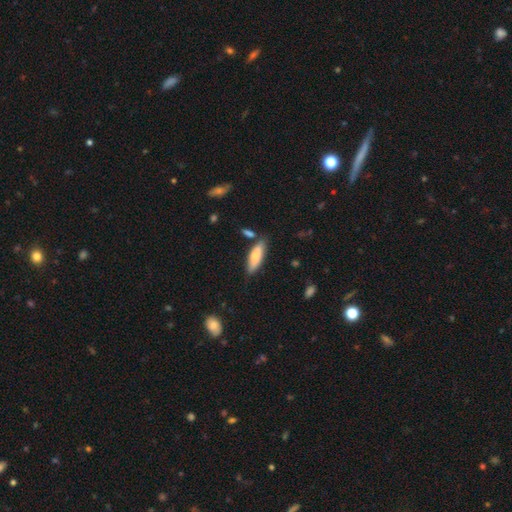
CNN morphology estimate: type=smooth (77%); roundness=in between (51%); merging=none (77%).